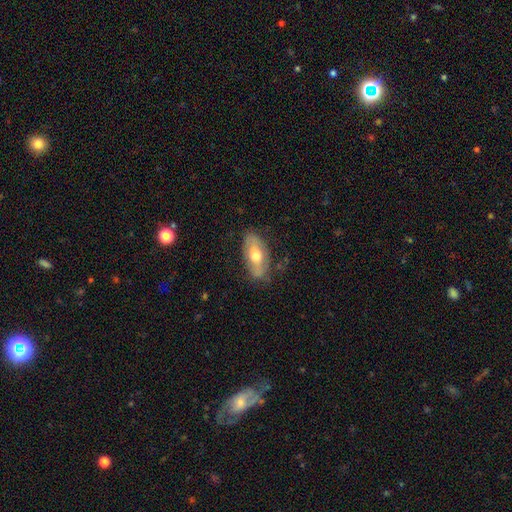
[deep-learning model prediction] Smooth or featured?
  - smooth: 51% *
  - featured or disk: 43%
  - star or artifact: 6%
How rounded?
  - in between: 87% *
  - cigar-shaped: 9%
  - round: 4%
Merging?
  - none: 73% *
  - minor disturbance: 20%
  - major disturbance: 5%
  - merger: 2%